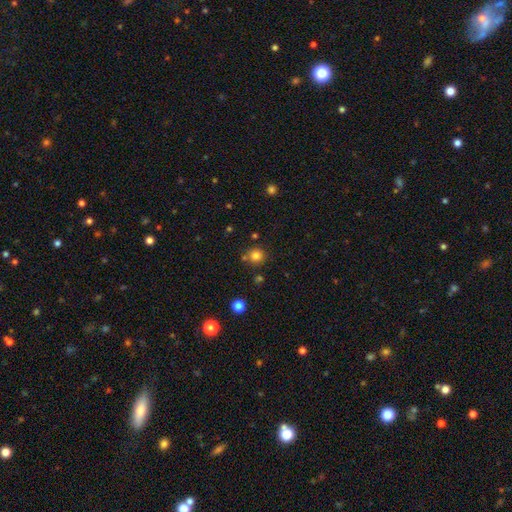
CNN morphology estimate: smooth-or-featured: smooth: 80% | star or artifact: 14% | featured or disk: 6%
  how-rounded: round: 91% | in between: 9% | cigar-shaped: 1%
  merging: none: 79% | minor disturbance: 10% | merger: 8% | major disturbance: 3%